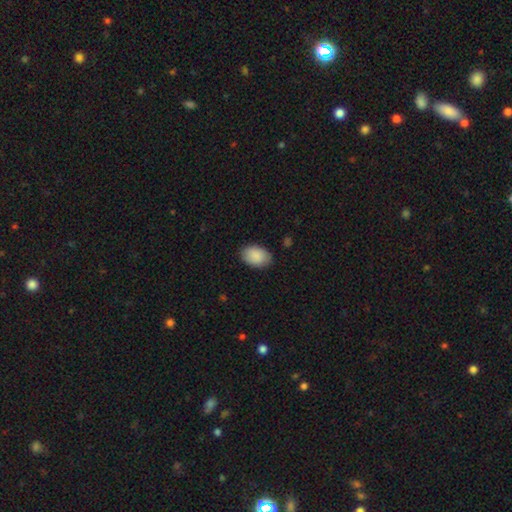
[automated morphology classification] smooth_or_featured: smooth (p=0.90) [alt: star or artifact p=0.06]
how_rounded: in between (p=0.87) [alt: round p=0.12]
merging: none (p=0.85) [alt: minor disturbance p=0.12]